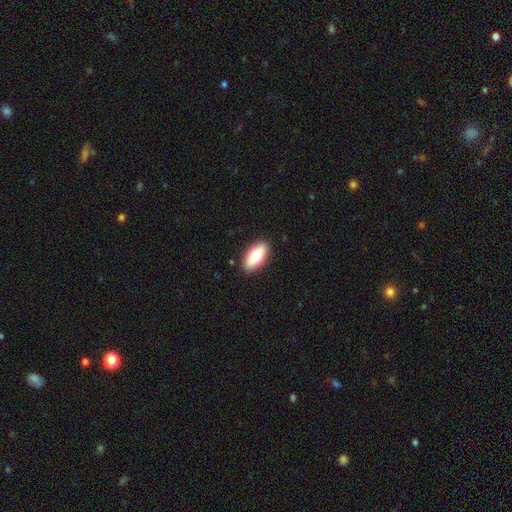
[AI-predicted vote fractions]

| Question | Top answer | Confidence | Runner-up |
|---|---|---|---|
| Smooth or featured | smooth | 73% | featured or disk (20%) |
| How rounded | in between | 86% | cigar-shaped (11%) |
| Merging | none | 89% | minor disturbance (8%) |